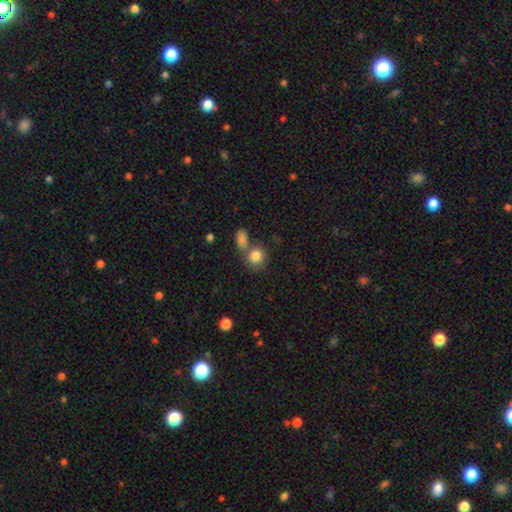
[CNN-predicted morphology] smooth 83%, star or artifact 9%, featured or disk 8%. Down the decision tree: how rounded — round (77%); merging — none (51%).